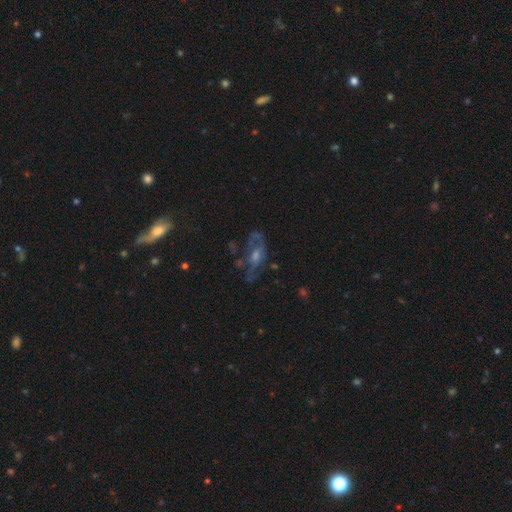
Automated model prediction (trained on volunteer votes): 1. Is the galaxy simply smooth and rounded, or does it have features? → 66% featured or disk, 19% smooth, 15% star or artifact.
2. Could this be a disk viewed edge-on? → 88% no, 12% yes.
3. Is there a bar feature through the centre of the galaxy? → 70% no, 23% weak, 6% strong.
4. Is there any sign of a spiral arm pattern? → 52% yes, 48% no.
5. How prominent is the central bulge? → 52% moderate, 33% small, 8% large, 6% none, 2% dominant.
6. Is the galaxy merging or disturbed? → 53% none, 23% major disturbance, 20% minor disturbance, 4% merger.